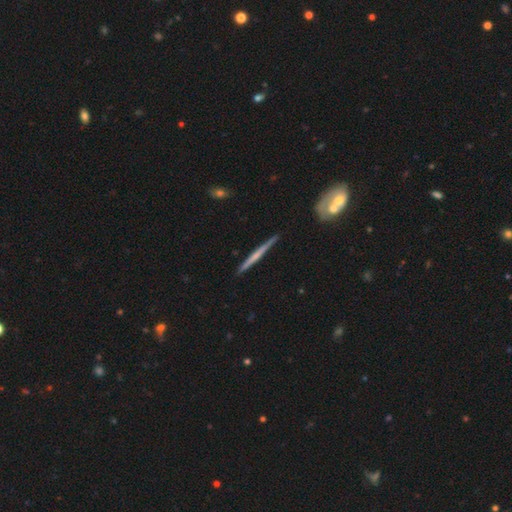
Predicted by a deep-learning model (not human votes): Overall: featured or disk (58%; smooth 36%). Edge-on disk: yes (98%). Edge-on bulge: none (71%). Merging: none (91%).